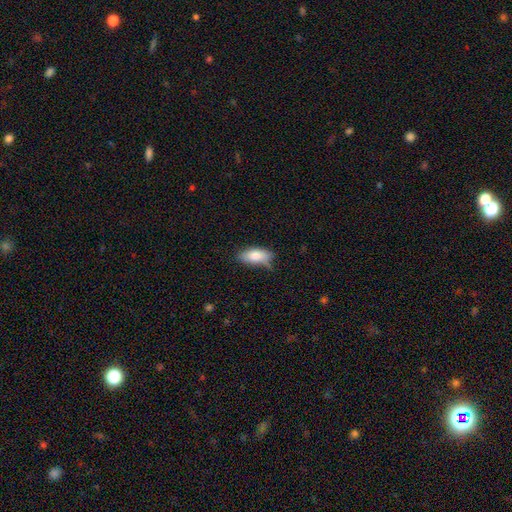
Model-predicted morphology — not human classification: Smooth or featured? smooth (81%)
How rounded? in between (87%)
Merging? none (59%)